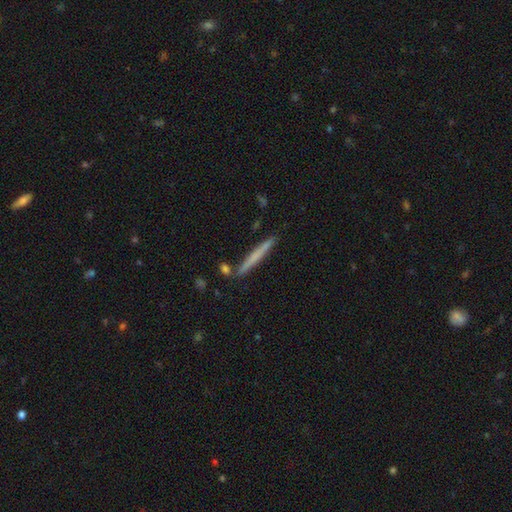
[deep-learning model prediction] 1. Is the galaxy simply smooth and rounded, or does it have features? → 58% smooth, 36% featured or disk, 6% star or artifact.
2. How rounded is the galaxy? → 97% cigar-shaped, 2% in between, 1% round.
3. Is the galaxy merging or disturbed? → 86% none, 8% minor disturbance, 4% merger, 2% major disturbance.